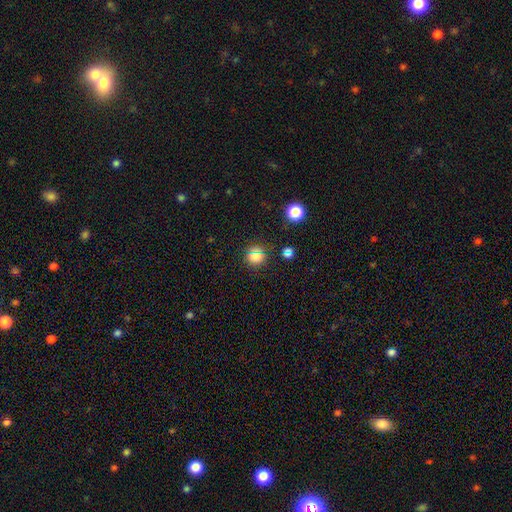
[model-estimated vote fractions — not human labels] Smooth or featured: smooth — 59% (star or artifact — 35%)
How rounded: round — 89% (in between — 10%)
Merging: none — 85% (minor disturbance — 8%)